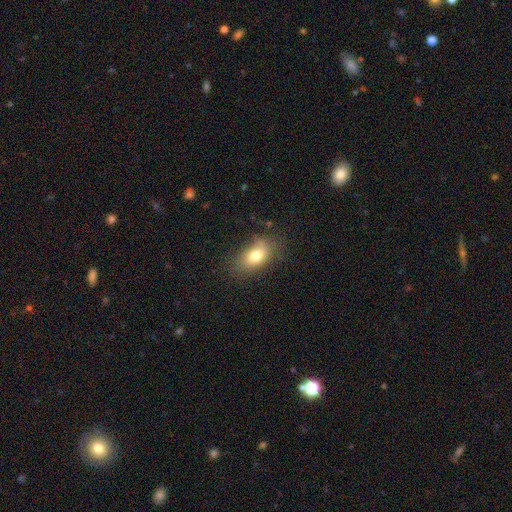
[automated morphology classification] Smooth or featured?
  - smooth: 75% *
  - featured or disk: 15%
  - star or artifact: 10%
How rounded?
  - in between: 86% *
  - round: 11%
  - cigar-shaped: 3%
Merging?
  - none: 71% *
  - minor disturbance: 20%
  - major disturbance: 7%
  - merger: 2%